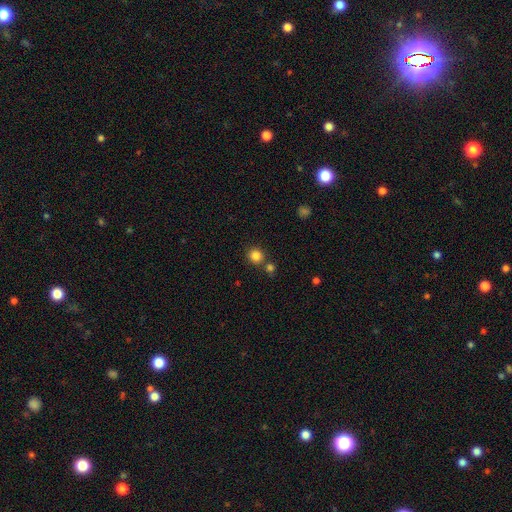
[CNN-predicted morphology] This is clearly a smooth galaxy (84%). How rounded: clearly round (89%). Merging: likely none (75%).